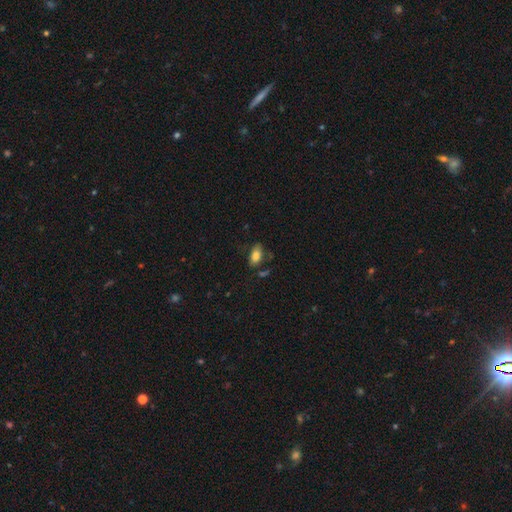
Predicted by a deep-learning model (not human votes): This appears to be a smooth galaxy with no disk features (81%) that is in between round and cigar-shaped (90%). Merging: none (69%).